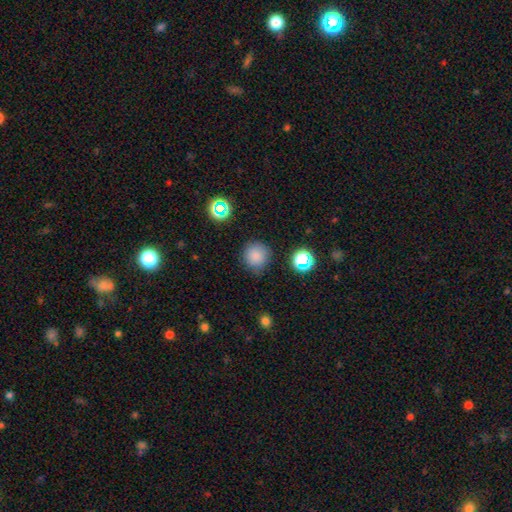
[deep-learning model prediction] Smooth or featured: smooth — 80% (star or artifact — 14%)
How rounded: round — 89% (in between — 10%)
Merging: none — 79% (minor disturbance — 15%)